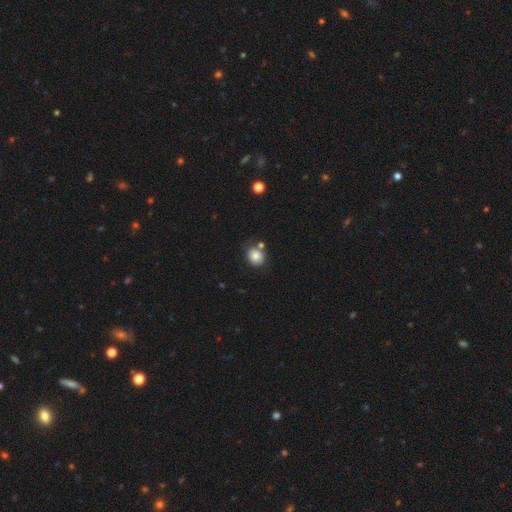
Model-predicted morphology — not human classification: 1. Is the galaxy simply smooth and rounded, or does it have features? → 81% smooth, 10% star or artifact, 9% featured or disk.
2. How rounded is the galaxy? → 72% round, 27% in between, 1% cigar-shaped.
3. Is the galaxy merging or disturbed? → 63% none, 18% minor disturbance, 14% merger, 5% major disturbance.